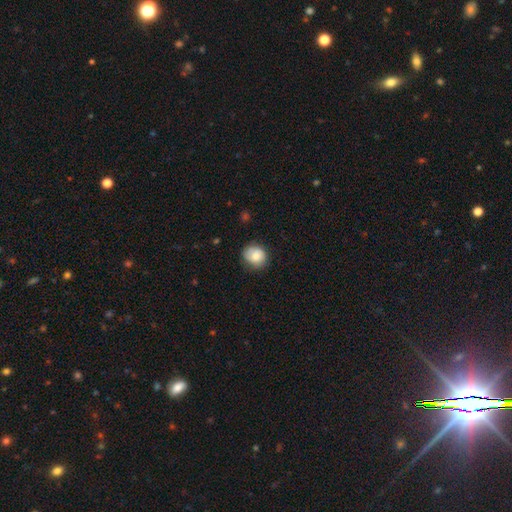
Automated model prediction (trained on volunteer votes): Overall: smooth (76%). How rounded: round (78%). Merging: none (74%).